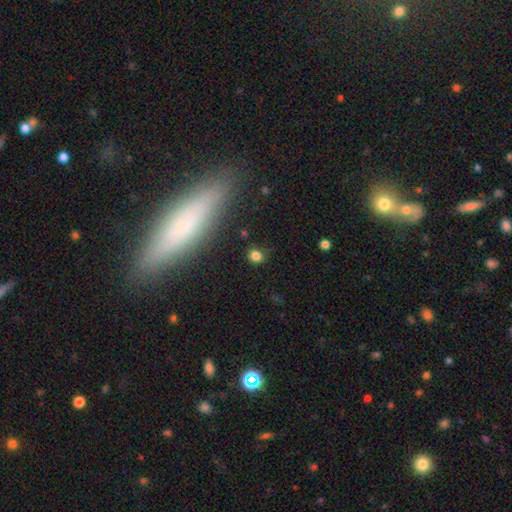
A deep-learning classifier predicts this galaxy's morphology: smooth_or_featured: smooth (p=0.79) [alt: star or artifact p=0.16]
how_rounded: round (p=0.68) [alt: in between p=0.30]
merging: none (p=0.81) [alt: minor disturbance p=0.12]